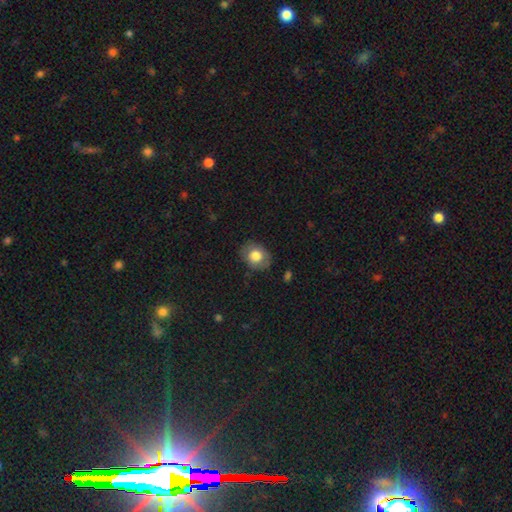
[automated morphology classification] A smooth galaxy with no disk features (77%) that is in between round and cigar-shaped (51%). Merging: none (81%).